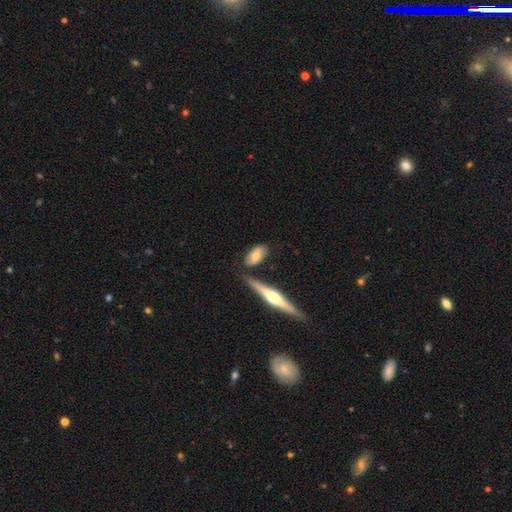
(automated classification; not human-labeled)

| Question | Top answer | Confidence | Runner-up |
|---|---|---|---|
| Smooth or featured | smooth | 66% | featured or disk (28%) |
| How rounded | in between | 80% | cigar-shaped (17%) |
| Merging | none | 70% | minor disturbance (16%) |